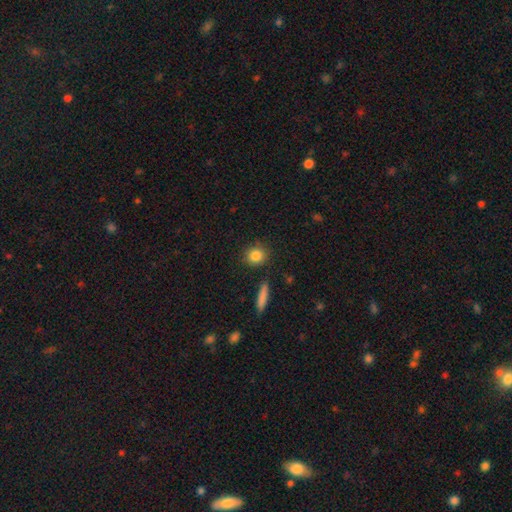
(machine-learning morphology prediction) smooth_or_featured: smooth (p=0.86) [alt: star or artifact p=0.08]
how_rounded: round (p=0.80) [alt: in between p=0.17]
merging: none (p=0.86) [alt: minor disturbance p=0.08]